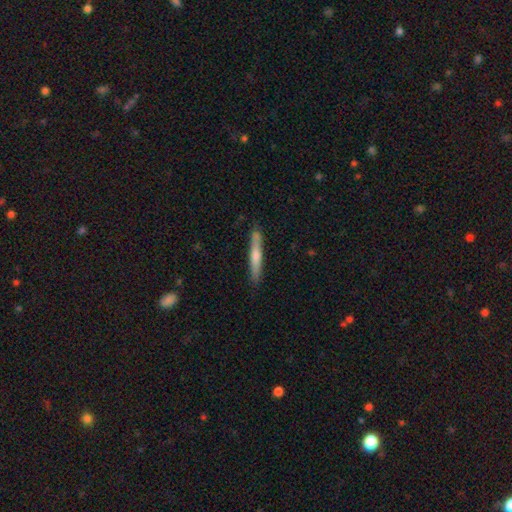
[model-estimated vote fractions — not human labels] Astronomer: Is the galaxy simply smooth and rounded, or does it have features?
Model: smooth — 53% (runner-up: featured or disk, 41%).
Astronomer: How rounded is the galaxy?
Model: cigar-shaped — 95%.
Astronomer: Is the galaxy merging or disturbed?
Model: none — 84%.